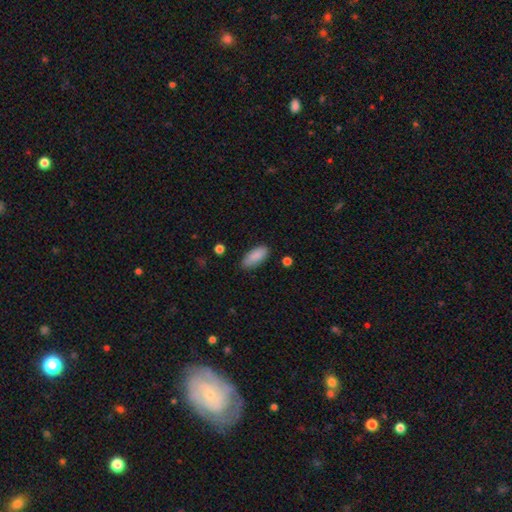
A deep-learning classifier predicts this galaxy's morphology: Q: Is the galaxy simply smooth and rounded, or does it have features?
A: smooth — 89%.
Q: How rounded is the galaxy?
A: in between — 86%.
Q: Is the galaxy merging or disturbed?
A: none — 83%.